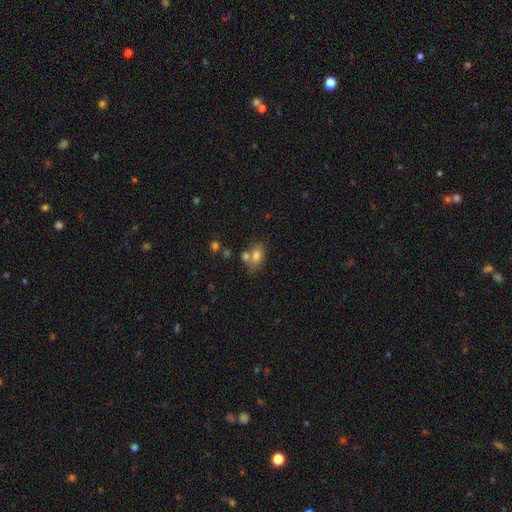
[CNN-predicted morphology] Smooth or featured?
  - smooth: 74% *
  - featured or disk: 16%
  - star or artifact: 11%
How rounded?
  - in between: 84% *
  - round: 12%
  - cigar-shaped: 4%
Merging?
  - none: 47% *
  - merger: 35%
  - minor disturbance: 13%
  - major disturbance: 5%